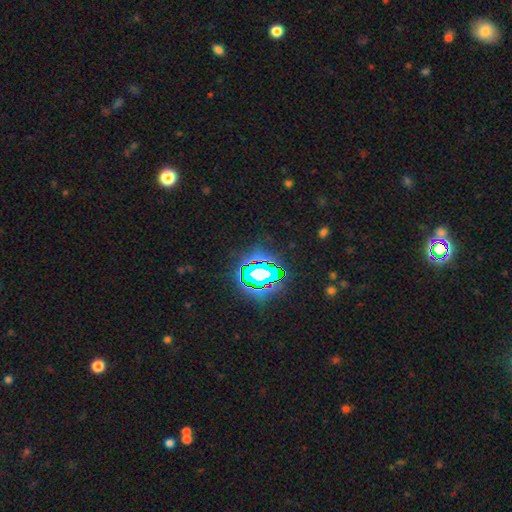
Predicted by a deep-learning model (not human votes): Morphology: type=star or artifact (82%).